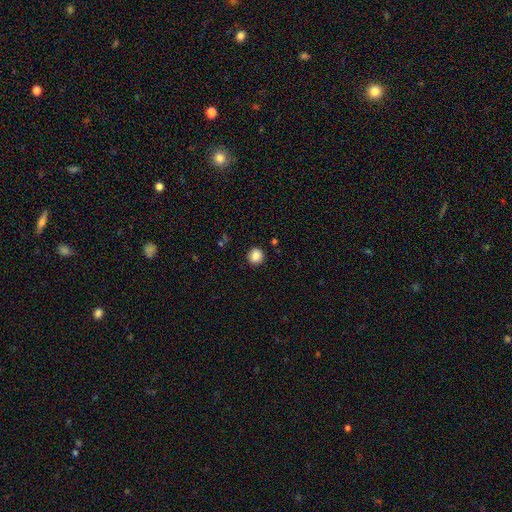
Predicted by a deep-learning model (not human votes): The model was most divided on "smooth or featured": smooth: 86%, star or artifact: 9%, featured or disk: 4%. More confident: merging — none (90%); how rounded — round (89%).